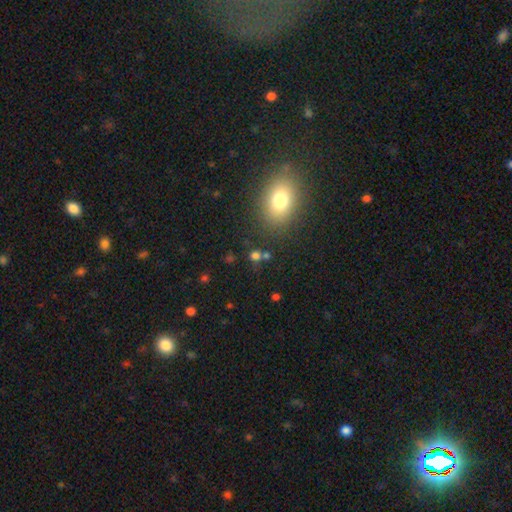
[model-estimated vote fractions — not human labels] smooth-or-featured: smooth: 69% | star or artifact: 24% | featured or disk: 8%
  how-rounded: round: 75% | in between: 23% | cigar-shaped: 2%
  merging: none: 71% | merger: 14% | minor disturbance: 10% | major disturbance: 5%